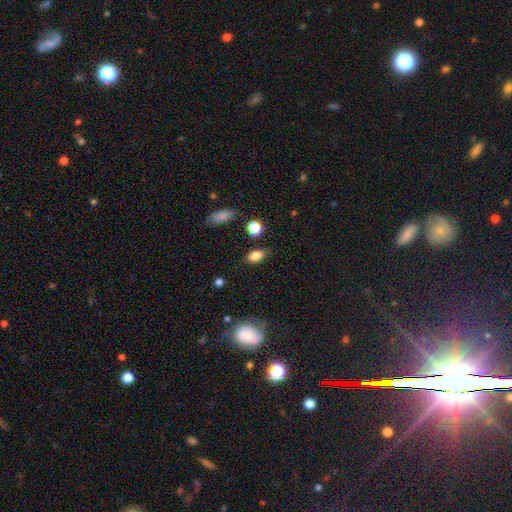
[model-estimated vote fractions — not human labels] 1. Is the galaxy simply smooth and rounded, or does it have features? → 81% smooth, 10% star or artifact, 9% featured or disk.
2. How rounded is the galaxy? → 86% in between, 10% round, 5% cigar-shaped.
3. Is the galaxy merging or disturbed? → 78% none, 16% minor disturbance, 4% major disturbance, 2% merger.